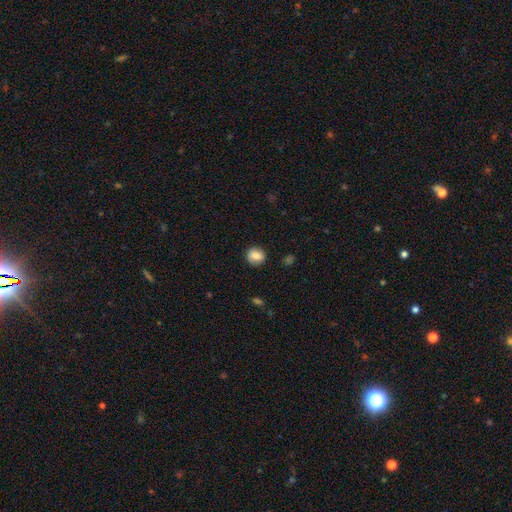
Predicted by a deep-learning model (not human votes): This appears to be a smooth galaxy with no disk features (82%) that is round (71%). Merging: none (81%).